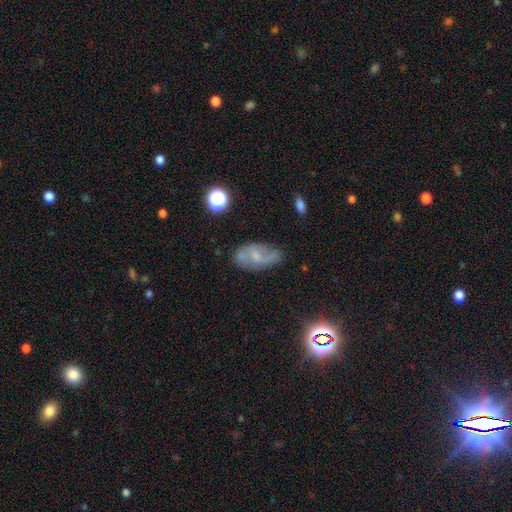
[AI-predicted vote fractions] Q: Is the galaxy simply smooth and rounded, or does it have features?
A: featured or disk — 51%.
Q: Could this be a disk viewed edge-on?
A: no — 92%.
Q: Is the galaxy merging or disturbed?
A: none — 62%.